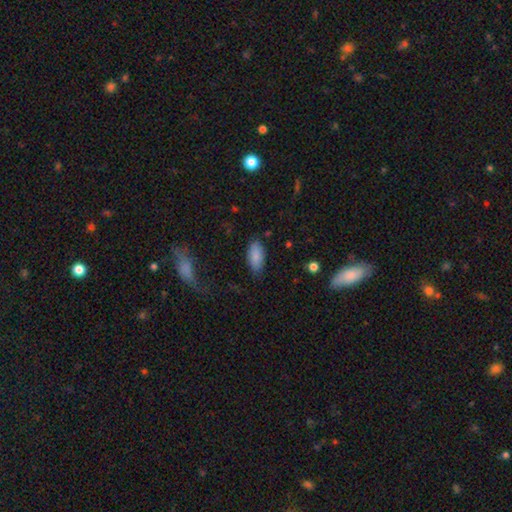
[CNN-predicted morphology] smooth 87%, star or artifact 7%, featured or disk 6%. Down the decision tree: how rounded — in between (92%); merging — none (81%).